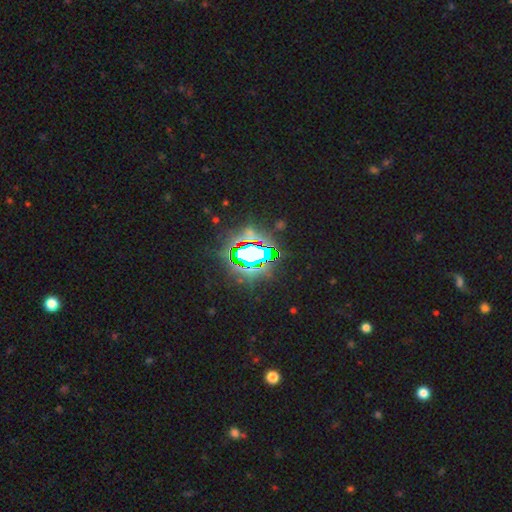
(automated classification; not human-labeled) Smooth or featured? star or artifact (82%)